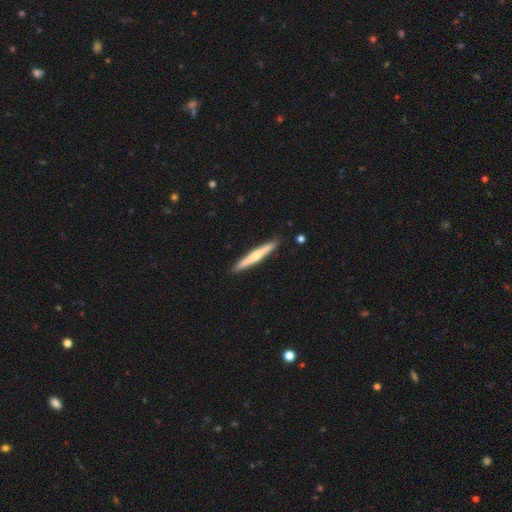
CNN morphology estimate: A smooth galaxy with no disk features (50%).

Vote fractions:
- Smooth or featured? smooth: 50% / featured or disk: 45% / star or artifact: 5%
- Merging? none: 91% / minor disturbance: 7% / major disturbance: 1% / merger: 1%